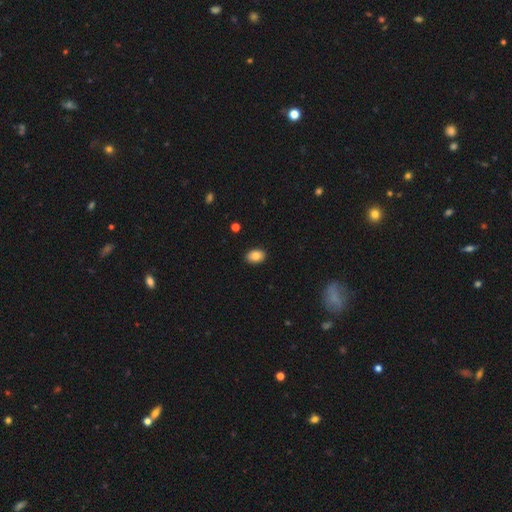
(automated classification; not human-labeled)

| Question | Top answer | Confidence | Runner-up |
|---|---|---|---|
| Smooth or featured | smooth | 84% | featured or disk (8%) |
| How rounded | in between | 82% | round (16%) |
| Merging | none | 89% | minor disturbance (8%) |